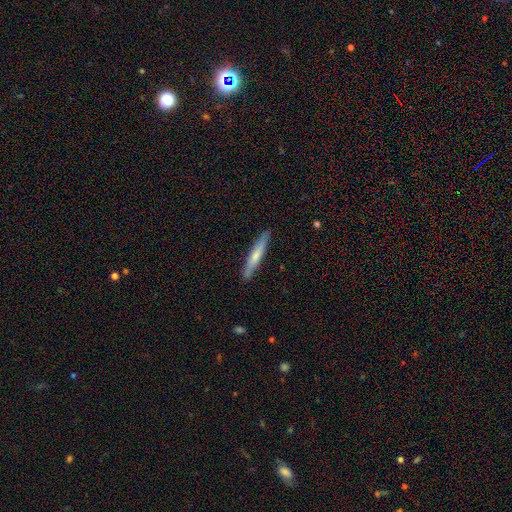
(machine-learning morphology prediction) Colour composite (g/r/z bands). It shows a smooth galaxy with no disk features (57%) that is cigar-shaped (94%). Merging: none (89%).